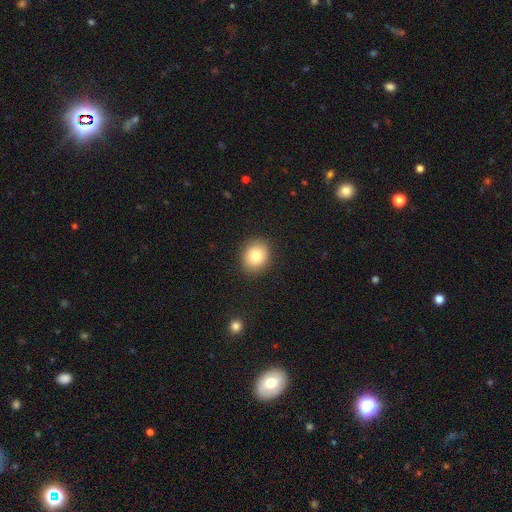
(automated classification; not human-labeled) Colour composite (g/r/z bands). It shows a smooth galaxy with no disk features (83%) that is round (70%). Merging: none (89%).